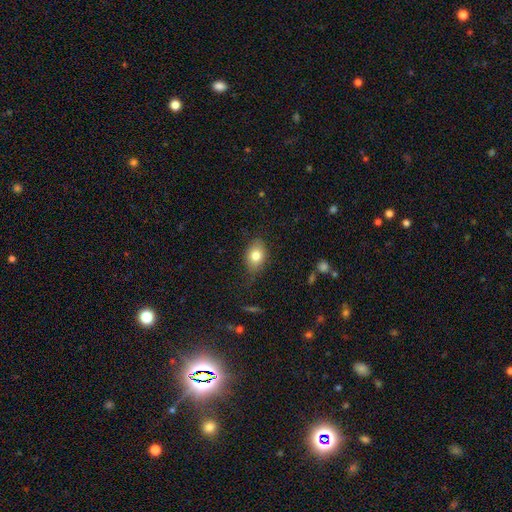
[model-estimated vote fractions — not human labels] smooth 80%, featured or disk 12%, star or artifact 8%. Down the decision tree: how rounded — in between (79%); merging — none (75%).